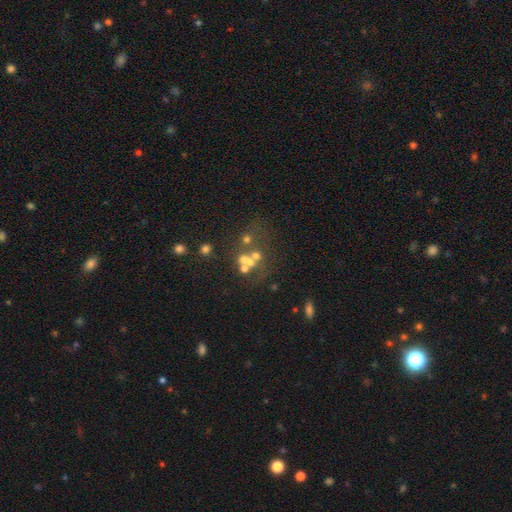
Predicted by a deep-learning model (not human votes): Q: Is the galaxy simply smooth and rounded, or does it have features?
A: smooth — 41%.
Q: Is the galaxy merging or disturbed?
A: merger — 43%.